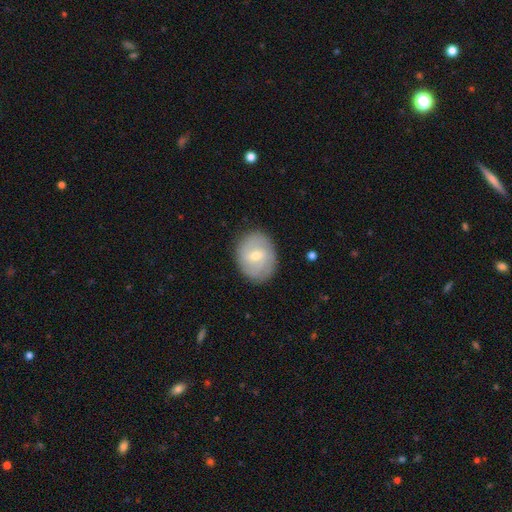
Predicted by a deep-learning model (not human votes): This appears to be a featured or disk galaxy (58%) with a weak bar (55%), spiral arms (75%) and a moderate central bulge (49%). Merging: none (84%).